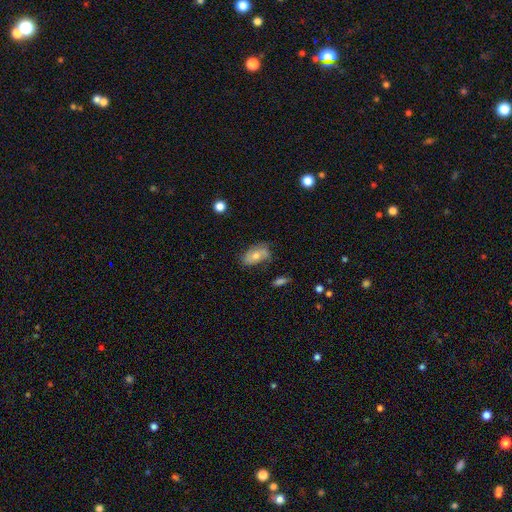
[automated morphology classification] A smooth galaxy with no disk features (48%).

Vote fractions:
- Smooth or featured? smooth: 48% / featured or disk: 43% / star or artifact: 9%
- Merging? none: 68% / minor disturbance: 23% / major disturbance: 6% / merger: 2%